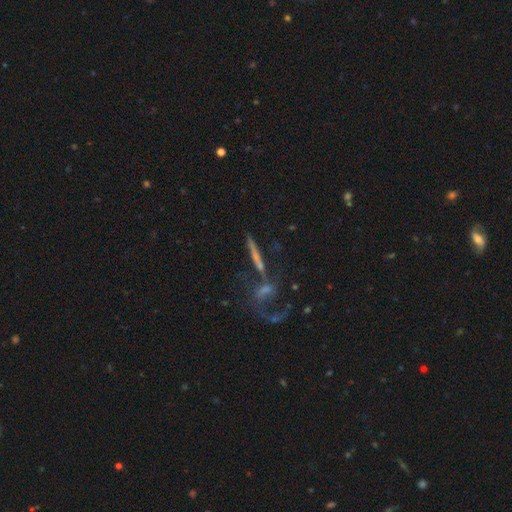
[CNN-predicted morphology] A featured or disk galaxy (58%) viewed edge-on (73%).

Vote fractions:
- Smooth or featured? featured or disk: 58% / smooth: 26% / star or artifact: 16%
- Edge-on disk? yes: 73% / no: 27%
- Merging? none: 52% / merger: 26% / minor disturbance: 11% / major disturbance: 10%